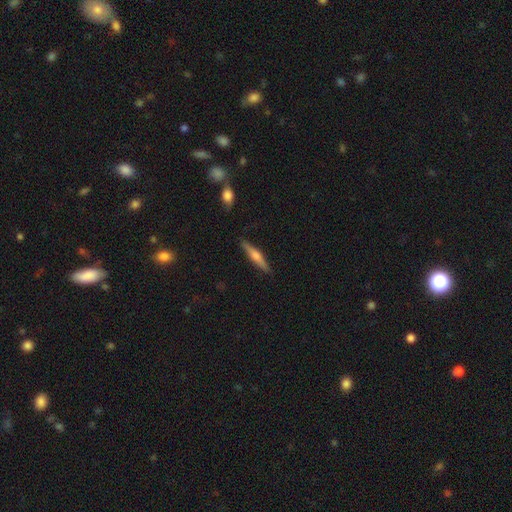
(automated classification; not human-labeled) Q: Smooth or featured?
A: featured or disk (55%); runner-up: smooth (39%)
Q: Edge-on disk?
A: yes (97%); runner-up: no (3%)
Q: Edge-on bulge?
A: rounded (84%); runner-up: boxy (8%)
Q: Merging?
A: none (89%); runner-up: minor disturbance (8%)